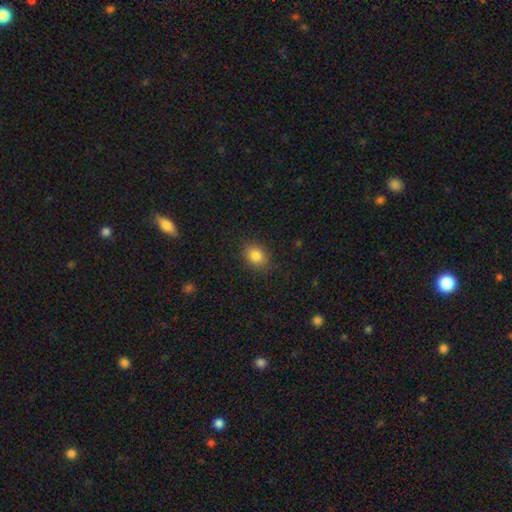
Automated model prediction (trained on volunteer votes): A smooth galaxy with no disk features (84%) that is in between round and cigar-shaped (51%).

Vote fractions:
- Smooth or featured? smooth: 84% / star or artifact: 10% / featured or disk: 5%
- How rounded? in between: 51% / round: 48% / cigar-shaped: 1%
- Merging? none: 86% / minor disturbance: 10% / major disturbance: 3% / merger: 1%